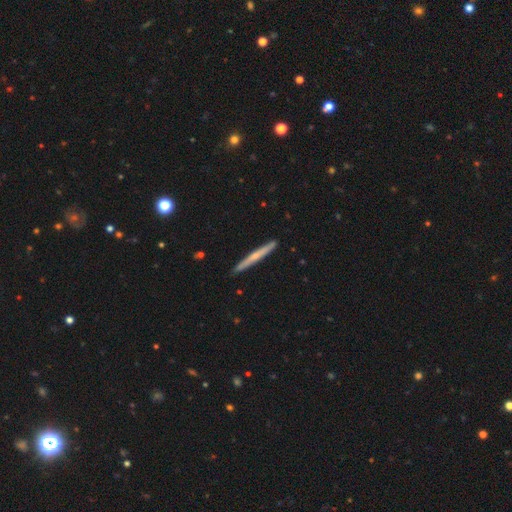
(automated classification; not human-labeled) Smooth or featured? Predicted: featured or disk (p=0.49). Merging? Predicted: none (p=0.91).